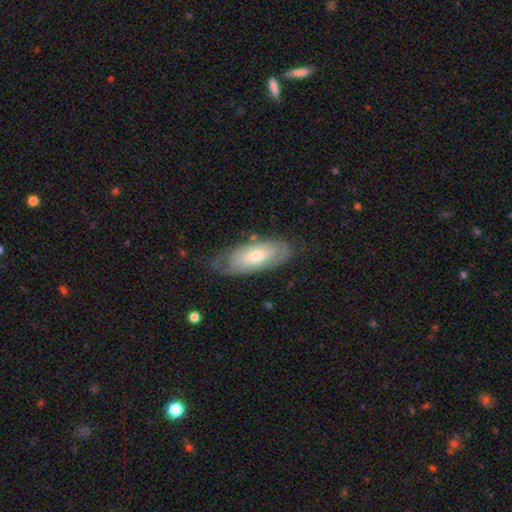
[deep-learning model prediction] Smooth or featured? smooth (50%)
Merging? none (68%)